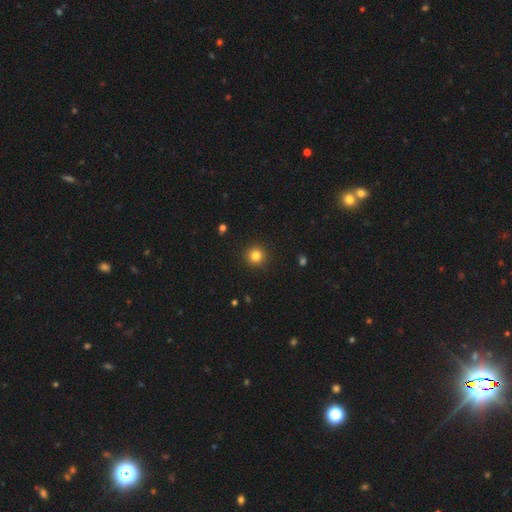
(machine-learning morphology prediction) This is clearly a smooth galaxy (82%). How rounded: clearly round (95%). Merging: clearly none (92%).